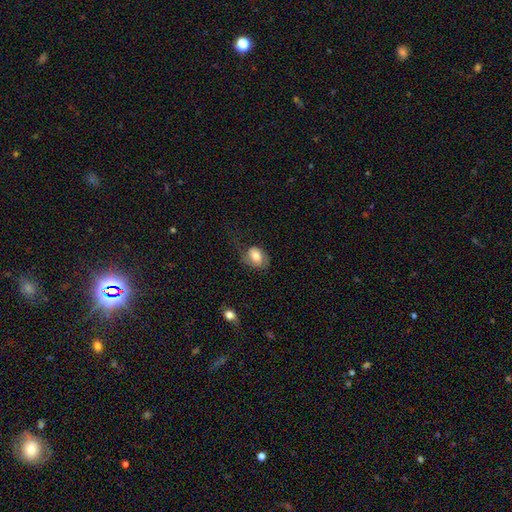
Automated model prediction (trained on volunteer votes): Smooth or featured: smooth — 60% (featured or disk — 32%)
How rounded: in between — 69% (round — 30%)
Merging: none — 42% (major disturbance — 30%)